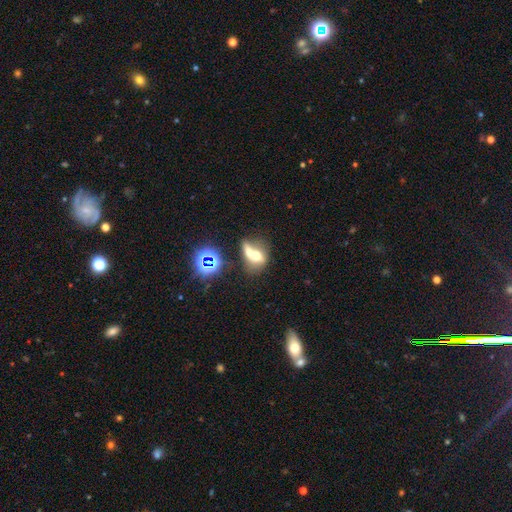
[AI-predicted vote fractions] Smooth or featured: smooth — 56% (featured or disk — 29%)
How rounded: in between — 53% (round — 44%)
Merging: merger — 69% (none — 18%)